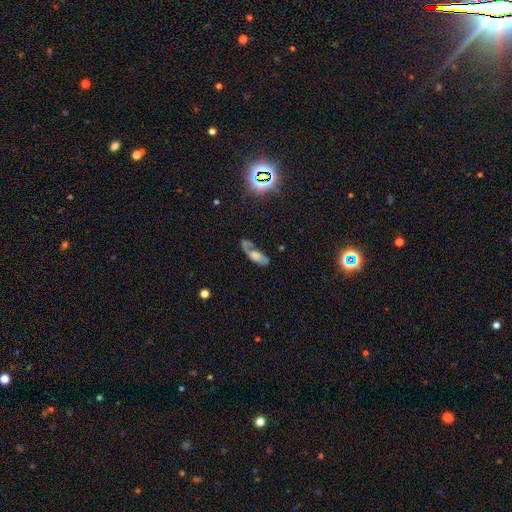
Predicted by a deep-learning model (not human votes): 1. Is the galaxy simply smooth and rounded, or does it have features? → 47% smooth, 41% featured or disk, 12% star or artifact.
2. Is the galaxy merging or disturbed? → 33% none, 24% major disturbance, 22% merger, 20% minor disturbance.